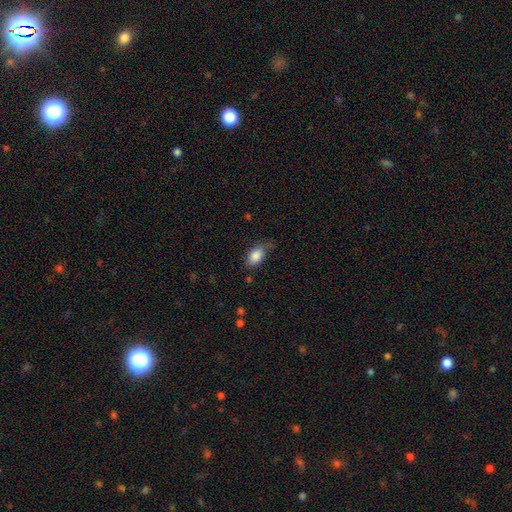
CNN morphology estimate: This is clearly a smooth galaxy (85%). How rounded: clearly in between (89%). Merging: possibly none (58%).